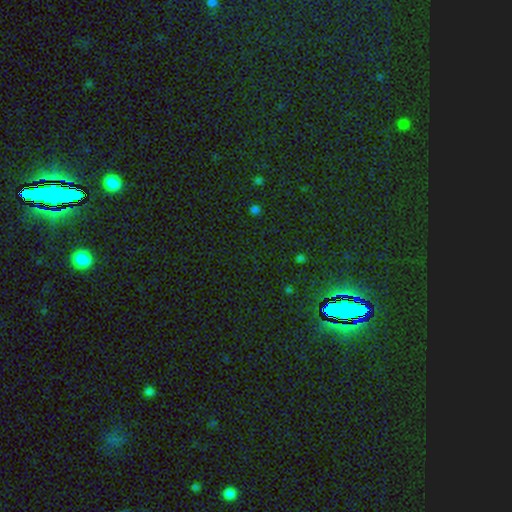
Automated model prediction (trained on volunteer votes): A star or artifact, not a galaxy (81%).

Vote fractions:
- Smooth or featured? star or artifact: 81% / smooth: 12% / featured or disk: 7%